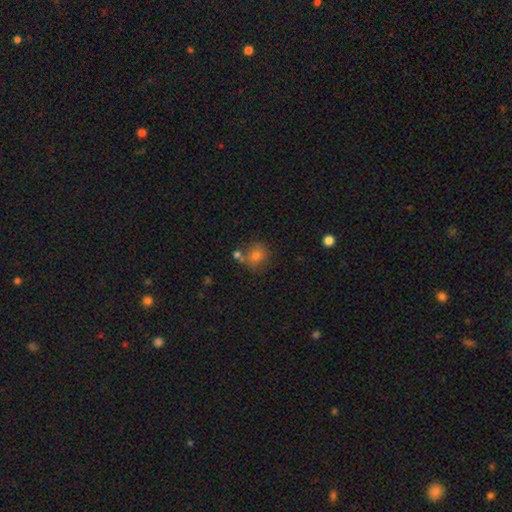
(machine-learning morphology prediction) This appears to be a smooth galaxy with no disk features (74%) that is round (82%). Merging: none (65%).